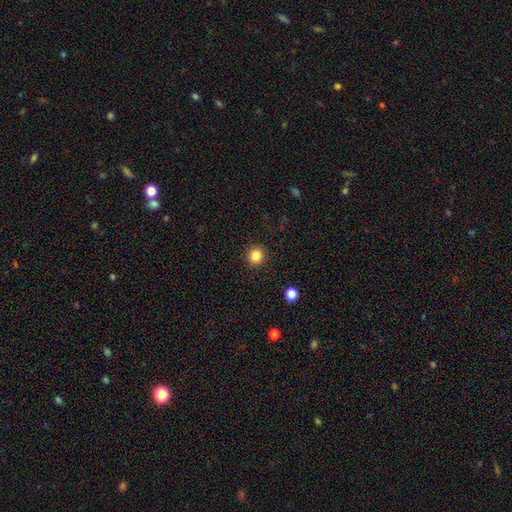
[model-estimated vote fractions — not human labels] smooth-or-featured: smooth: 84% | star or artifact: 11% | featured or disk: 4%
  how-rounded: round: 94% | in between: 6% | cigar-shaped: 1%
  merging: none: 92% | minor disturbance: 5% | major disturbance: 2% | merger: 1%